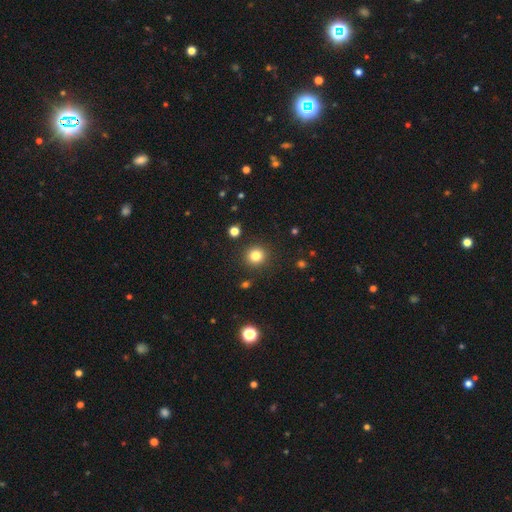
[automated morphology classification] This is clearly a smooth galaxy (82%). How rounded: clearly round (91%). Merging: clearly none (90%).